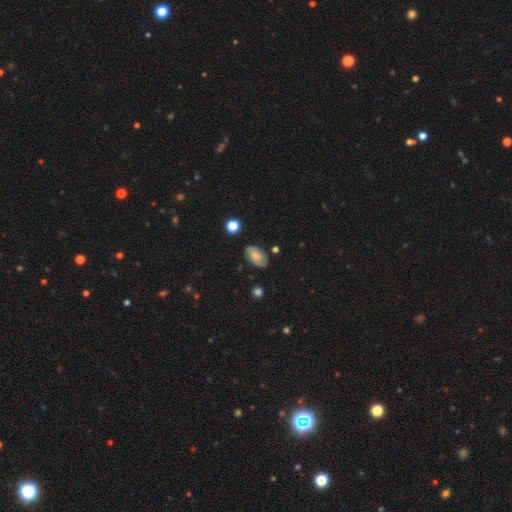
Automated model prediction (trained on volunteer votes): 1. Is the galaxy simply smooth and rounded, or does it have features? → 55% smooth, 36% featured or disk, 9% star or artifact.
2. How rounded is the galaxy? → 92% in between, 6% round, 2% cigar-shaped.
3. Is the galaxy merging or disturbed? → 81% none, 14% minor disturbance, 3% major disturbance, 2% merger.